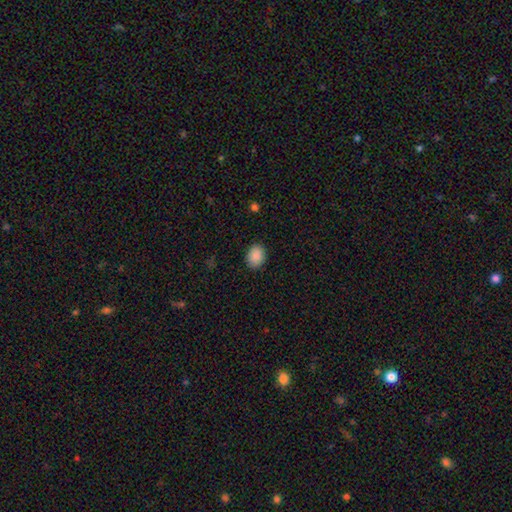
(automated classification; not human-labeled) Q: Smooth or featured?
A: smooth (89%); runner-up: star or artifact (8%)
Q: How rounded?
A: in between (62%); runner-up: round (37%)
Q: Merging?
A: none (88%); runner-up: minor disturbance (9%)